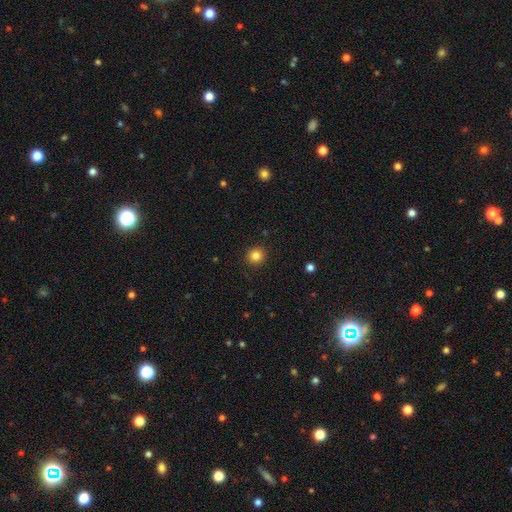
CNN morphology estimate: This appears to be a smooth galaxy with no disk features (84%) that is round (94%). Merging: none (92%).